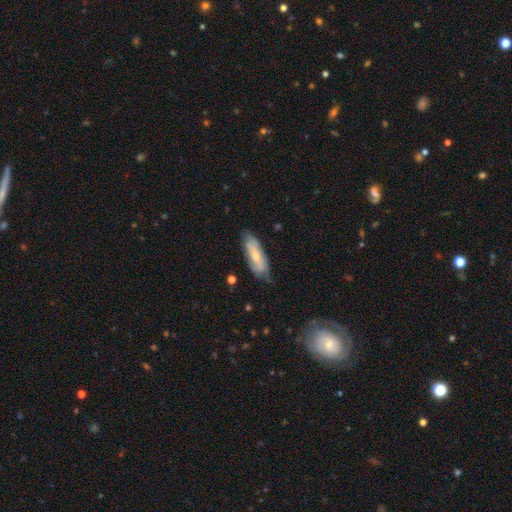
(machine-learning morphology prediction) This appears to be a smooth galaxy with no disk features (55%) that is in between round and cigar-shaped (59%). Merging: none (63%).